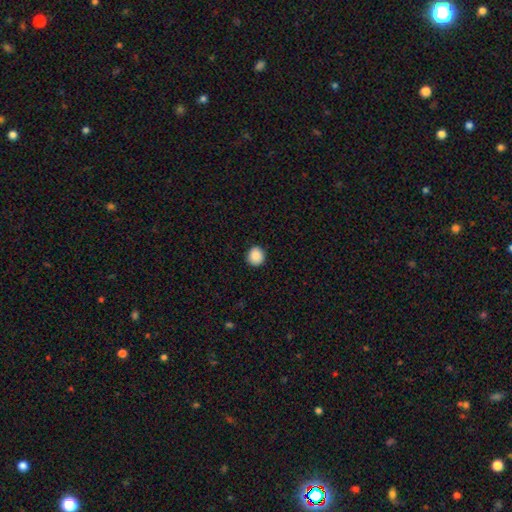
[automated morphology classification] A smooth galaxy with no disk features (89%) that is round (88%). Merging: none (91%).